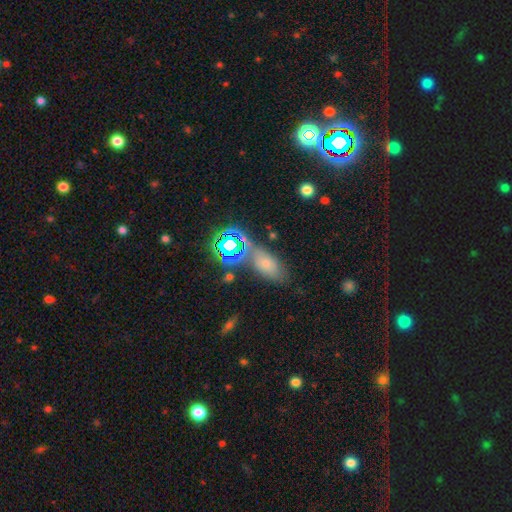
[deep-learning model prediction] Morphology: type=smooth (44%); merging=none (69%).